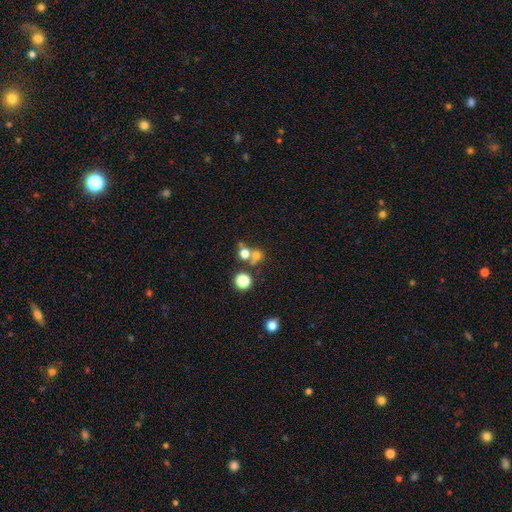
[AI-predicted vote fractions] smooth 65%, star or artifact 23%, featured or disk 12%. Down the decision tree: how rounded — round (86%); merging — none (51%).